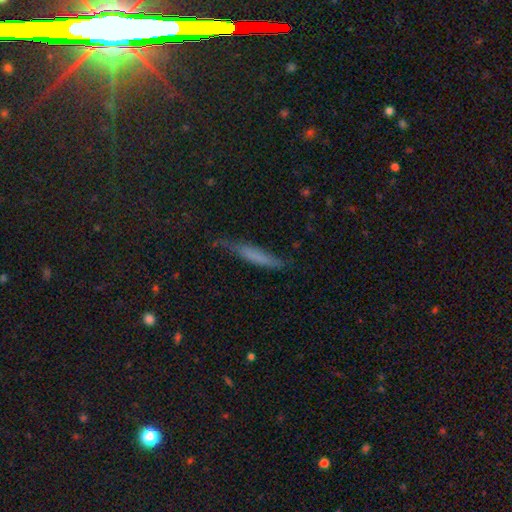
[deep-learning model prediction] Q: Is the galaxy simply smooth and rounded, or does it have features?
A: smooth — 64%.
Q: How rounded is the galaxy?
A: cigar-shaped — 91%.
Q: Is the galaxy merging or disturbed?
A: none — 60%.